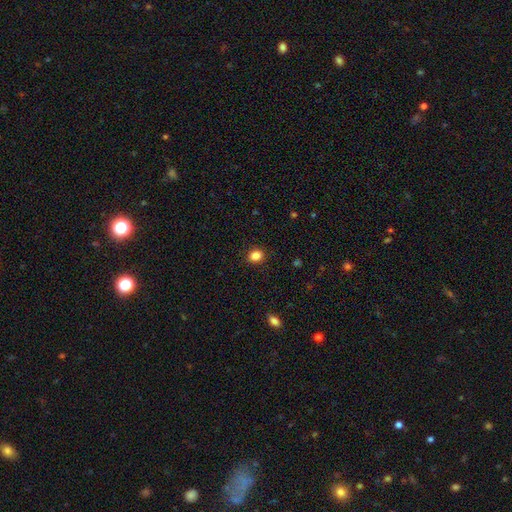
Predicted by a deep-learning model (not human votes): This is clearly a smooth galaxy (85%). How rounded: possibly round (54%). Merging: clearly none (90%).